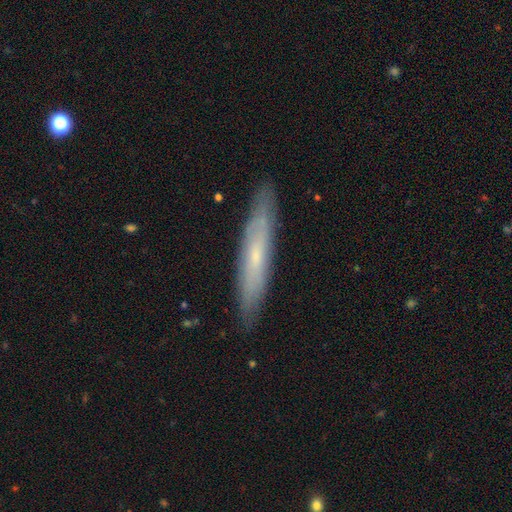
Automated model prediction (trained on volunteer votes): Smooth or featured: featured or disk — 51% (smooth — 42%)
Edge-on disk: yes — 72% (no — 28%)
Merging: none — 87% (minor disturbance — 10%)